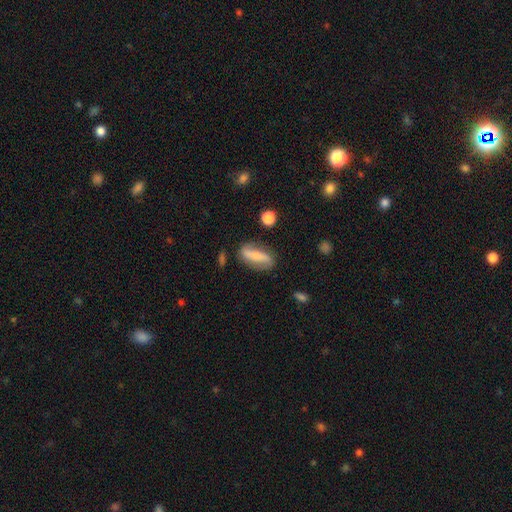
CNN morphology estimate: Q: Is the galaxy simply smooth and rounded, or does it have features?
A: featured or disk — 54%.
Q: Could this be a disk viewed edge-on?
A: no — 80%.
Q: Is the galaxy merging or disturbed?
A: none — 77%.